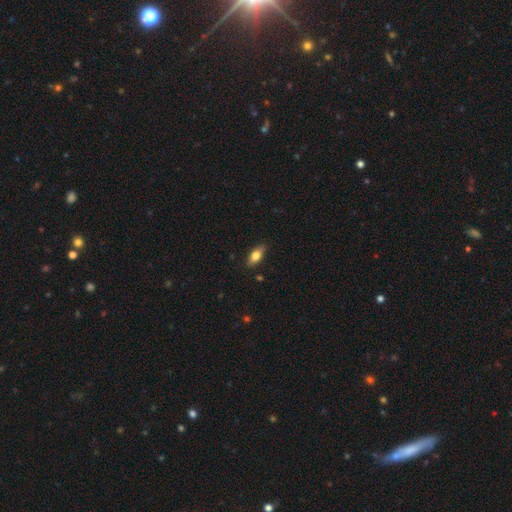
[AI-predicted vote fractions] A smooth galaxy with no disk features (74%) that is in between round and cigar-shaped (83%). Merging: none (85%).